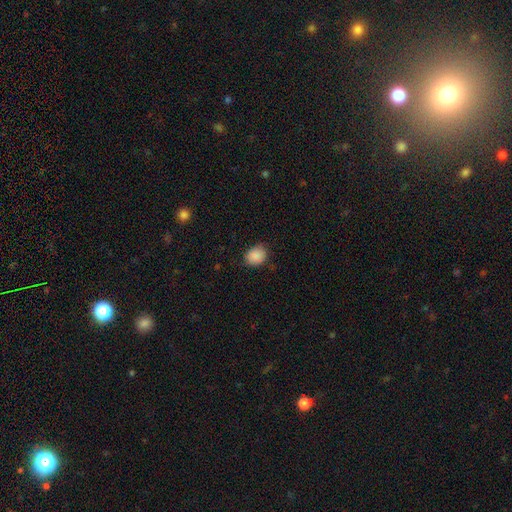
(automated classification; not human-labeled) Smooth or featured?
  - smooth: 88% *
  - star or artifact: 8%
  - featured or disk: 4%
How rounded?
  - round: 50% *
  - in between: 49%
  - cigar-shaped: 1%
Merging?
  - none: 80% *
  - minor disturbance: 16%
  - major disturbance: 3%
  - merger: 1%